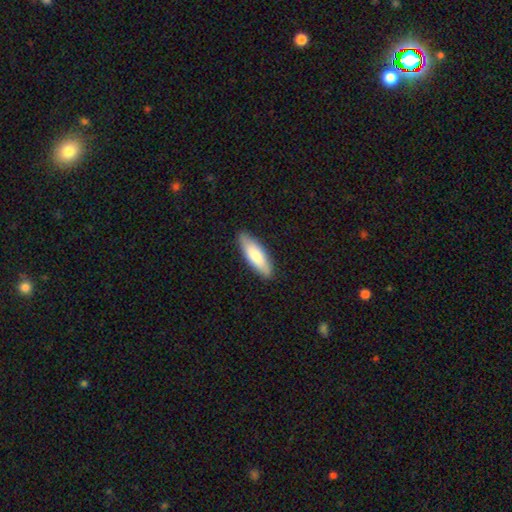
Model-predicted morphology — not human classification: A smooth galaxy with no disk features (80%) that is in between round and cigar-shaped (55%).

Vote fractions:
- Smooth or featured? smooth: 80% / featured or disk: 15% / star or artifact: 5%
- How rounded? in between: 55% / cigar-shaped: 44% / round: 2%
- Merging? none: 87% / minor disturbance: 11% / major disturbance: 2% / merger: 1%